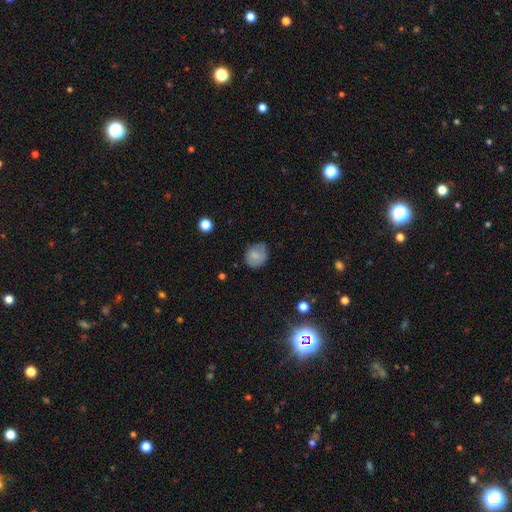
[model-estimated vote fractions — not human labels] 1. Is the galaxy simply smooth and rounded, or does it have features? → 77% smooth, 14% featured or disk, 9% star or artifact.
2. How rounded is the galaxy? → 66% round, 33% in between, 1% cigar-shaped.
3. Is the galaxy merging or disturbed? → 70% none, 23% minor disturbance, 5% major disturbance, 1% merger.